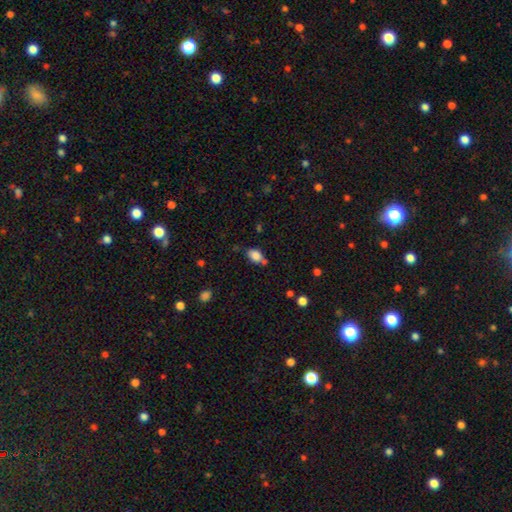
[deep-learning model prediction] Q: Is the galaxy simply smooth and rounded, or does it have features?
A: smooth — 84%.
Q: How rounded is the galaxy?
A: in between — 82%.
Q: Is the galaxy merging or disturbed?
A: none — 59%.